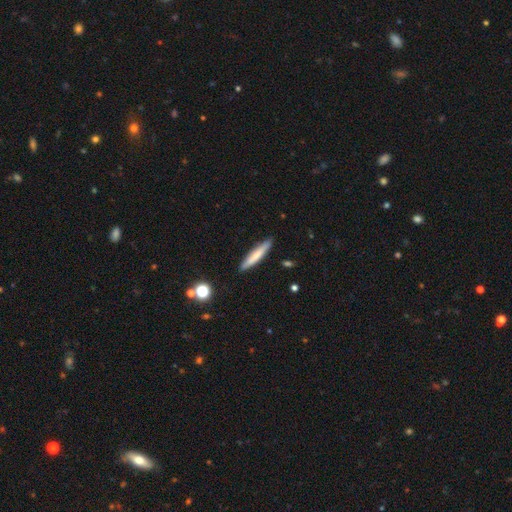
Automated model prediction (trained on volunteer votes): Morphology: type=smooth (70%); roundness=cigar-shaped (91%); merging=none (88%).